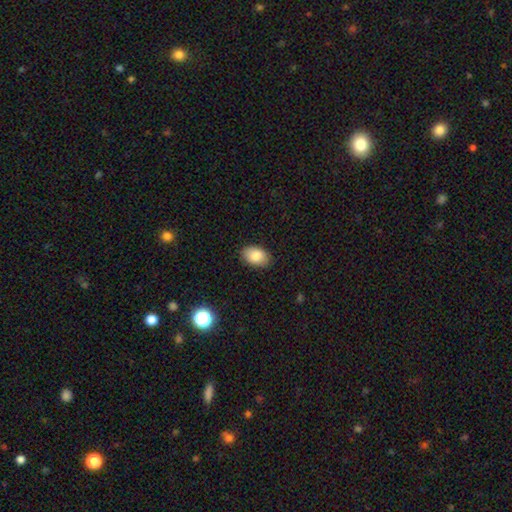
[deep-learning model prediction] Q: Smooth or featured?
A: smooth (85%); runner-up: star or artifact (8%)
Q: How rounded?
A: in between (89%); runner-up: round (10%)
Q: Merging?
A: none (87%); runner-up: minor disturbance (10%)